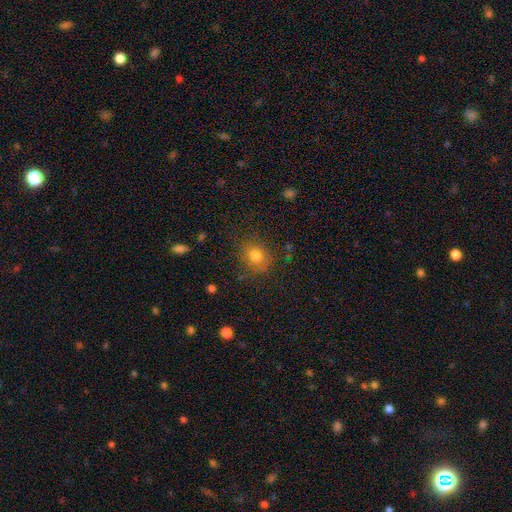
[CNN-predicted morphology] Overall: smooth (79%). How rounded: round (78%). Merging: none (78%).